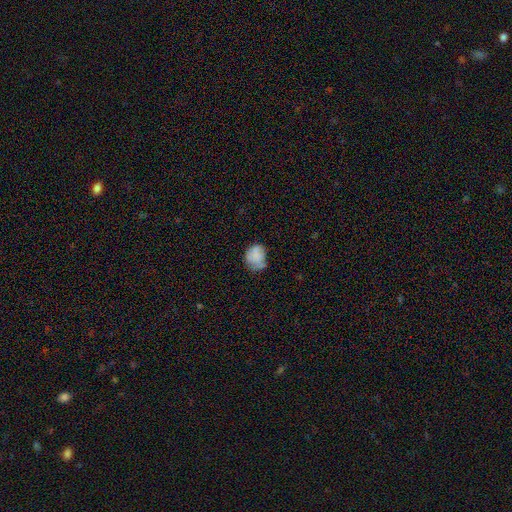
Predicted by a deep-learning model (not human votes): Q: Smooth or featured?
A: smooth (76%); runner-up: featured or disk (15%)
Q: How rounded?
A: round (54%); runner-up: in between (45%)
Q: Merging?
A: none (47%); runner-up: minor disturbance (36%)